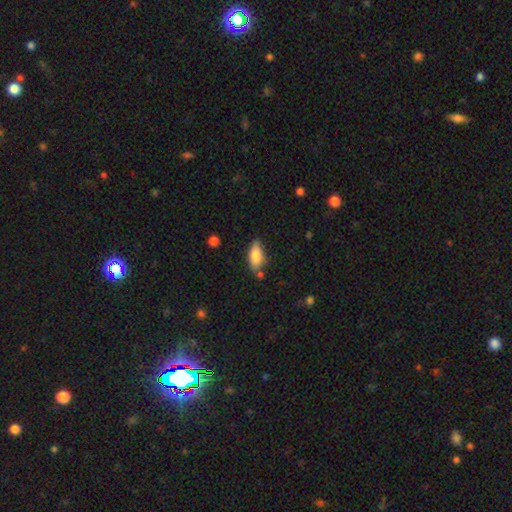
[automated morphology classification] A smooth galaxy with no disk features (81%) that is in between round and cigar-shaped (85%). Merging: none (72%).